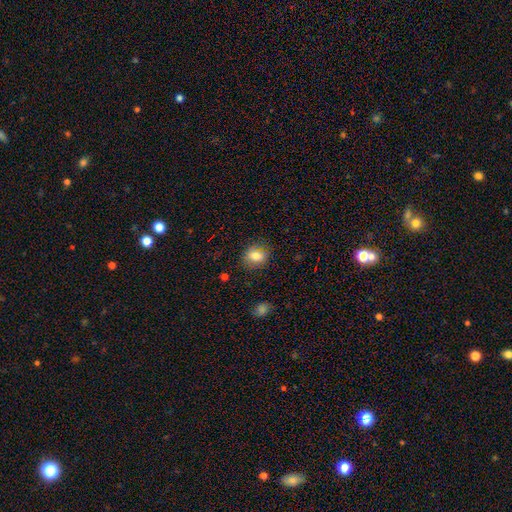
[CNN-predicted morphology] Smooth or featured? Predicted: smooth (p=0.81). How rounded? Predicted: round (p=0.59). Merging? Predicted: none (p=0.82).